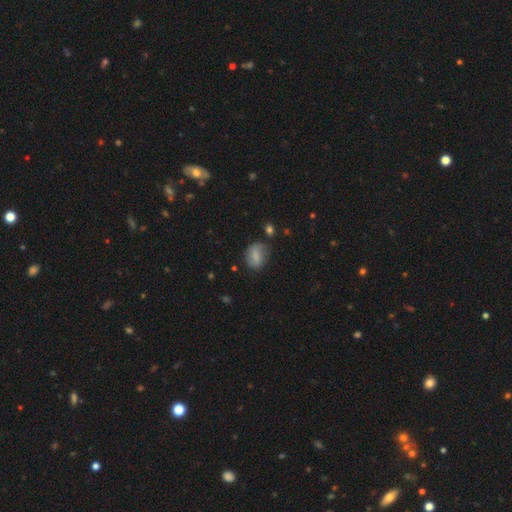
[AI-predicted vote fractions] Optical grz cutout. It shows a smooth galaxy with no disk features (76%) that is in between round and cigar-shaped (59%). Merging: none (64%).